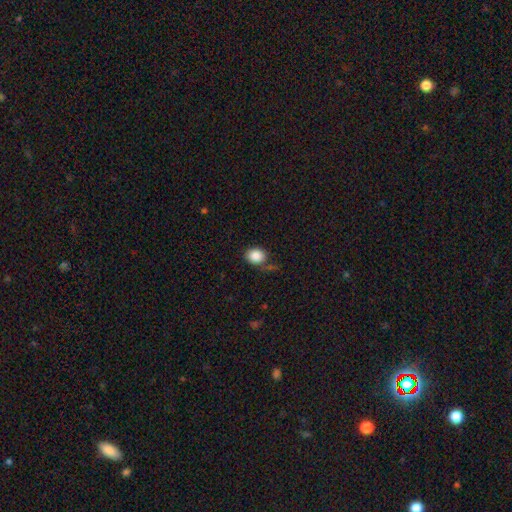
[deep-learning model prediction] A smooth galaxy with no disk features (86%) that is round (60%). Merging: none (72%).